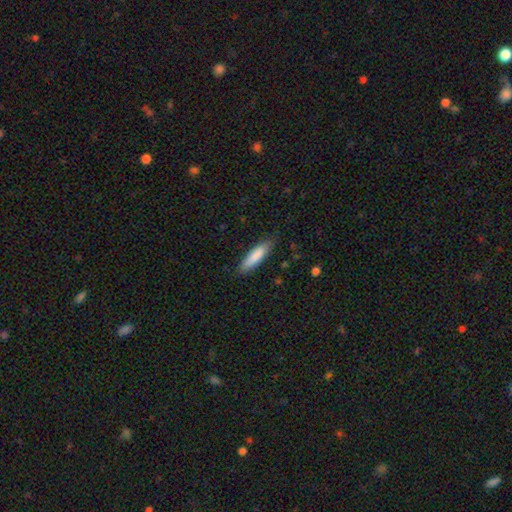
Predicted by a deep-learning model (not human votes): This appears to be a smooth galaxy with no disk features (84%) that is cigar-shaped (70%). Merging: none (85%).